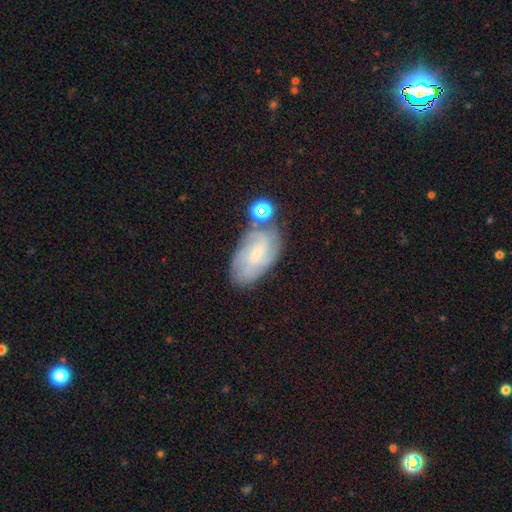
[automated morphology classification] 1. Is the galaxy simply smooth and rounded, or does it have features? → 68% featured or disk, 24% smooth, 9% star or artifact.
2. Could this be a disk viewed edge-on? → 96% no, 4% yes.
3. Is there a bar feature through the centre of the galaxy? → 55% no, 37% weak, 7% strong.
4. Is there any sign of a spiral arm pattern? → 90% yes, 10% no.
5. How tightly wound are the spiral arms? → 47% tight, 39% medium, 14% loose.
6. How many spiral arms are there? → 36% can't tell, 21% 3, 18% 4, 15% 2, 6% more than 4, 5% 1.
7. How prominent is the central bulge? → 78% small, 15% moderate, 5% none, 1% large, 1% dominant.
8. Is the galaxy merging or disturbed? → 62% none, 19% minor disturbance, 12% merger, 7% major disturbance.